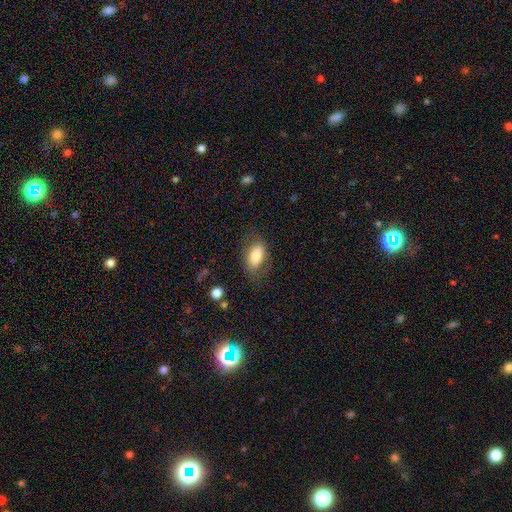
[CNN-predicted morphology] The model was most divided on "smooth or featured": smooth: 71%, featured or disk: 21%, star or artifact: 7%. More confident: how rounded — in between (90%); merging — none (69%).